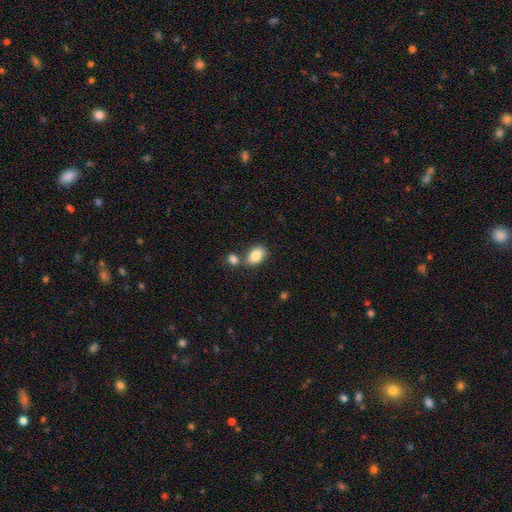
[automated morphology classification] type=smooth (85%); roundness=in between (87%); merging=none (59%).